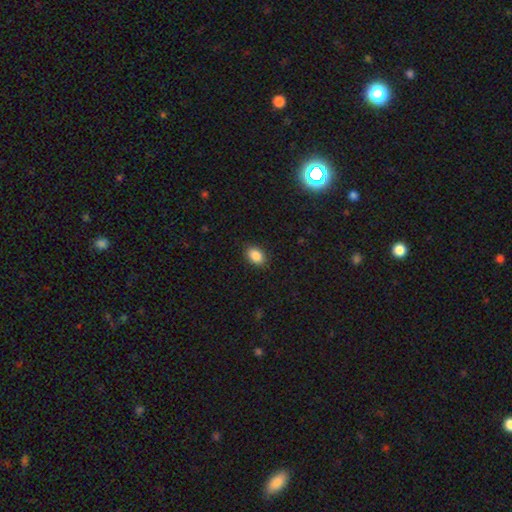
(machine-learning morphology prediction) type=smooth (88%); roundness=in between (84%); merging=none (89%).